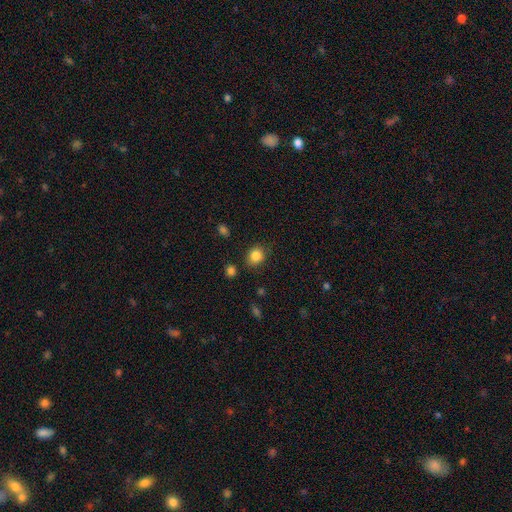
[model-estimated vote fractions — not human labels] Smooth or featured: smooth — 85% (star or artifact — 10%)
How rounded: round — 72% (in between — 27%)
Merging: none — 83% (minor disturbance — 11%)